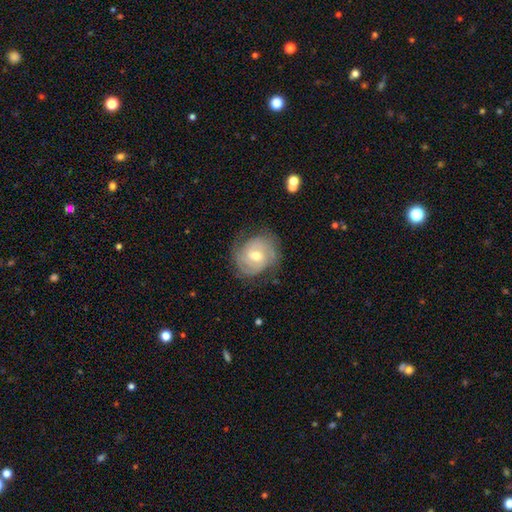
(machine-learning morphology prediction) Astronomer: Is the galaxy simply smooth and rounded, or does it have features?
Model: featured or disk — 77%.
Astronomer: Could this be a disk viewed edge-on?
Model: no — 97%.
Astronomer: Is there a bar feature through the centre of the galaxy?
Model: no — 46% (runner-up: weak, 44%).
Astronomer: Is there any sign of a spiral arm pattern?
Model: yes — 92%.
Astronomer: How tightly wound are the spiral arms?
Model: tight — 58%.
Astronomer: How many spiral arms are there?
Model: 2 — 44% (runner-up: can't tell, 25%).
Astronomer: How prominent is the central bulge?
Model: moderate — 67%.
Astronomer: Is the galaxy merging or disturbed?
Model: none — 70%.